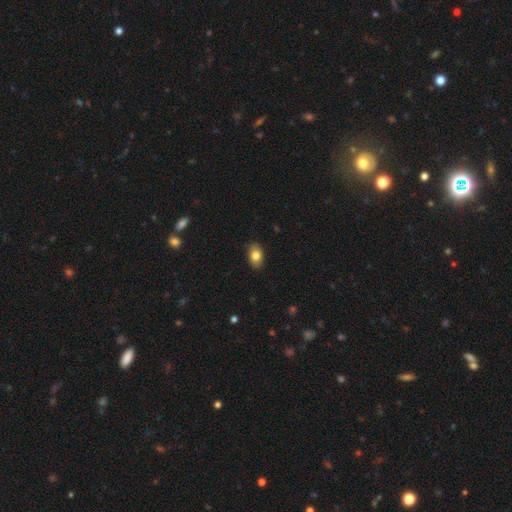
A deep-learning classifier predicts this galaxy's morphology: smooth-or-featured: smooth: 82% | featured or disk: 11% | star or artifact: 8%
  how-rounded: in between: 86% | round: 12% | cigar-shaped: 1%
  merging: none: 87% | minor disturbance: 10% | major disturbance: 2% | merger: 1%